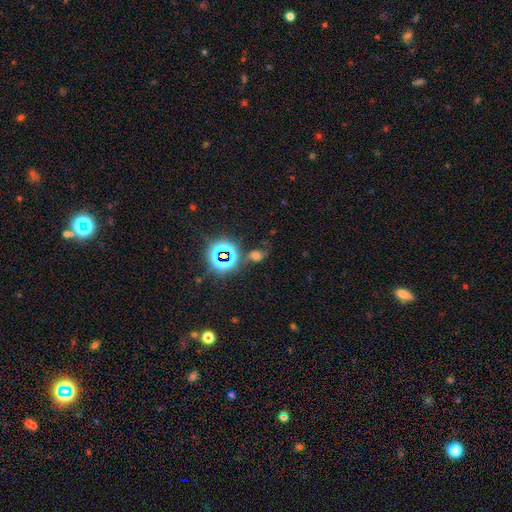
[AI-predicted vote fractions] Smooth or featured: star or artifact — 45% (smooth — 41%)